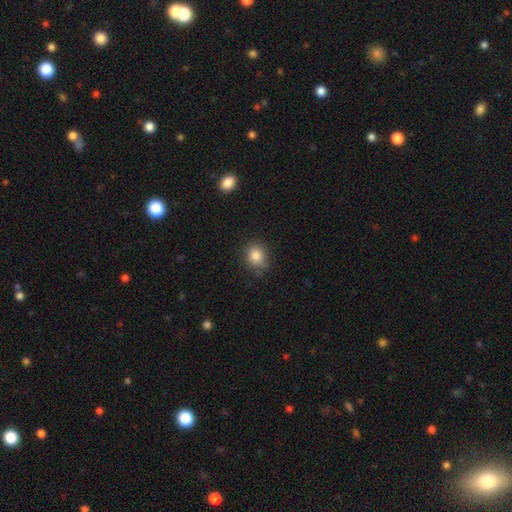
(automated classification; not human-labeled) A smooth galaxy with no disk features (84%) that is round (66%).

Vote fractions:
- Smooth or featured? smooth: 84% / star or artifact: 10% / featured or disk: 6%
- How rounded? round: 66% / in between: 33% / cigar-shaped: 1%
- Merging? none: 77% / minor disturbance: 17% / major disturbance: 3% / merger: 2%